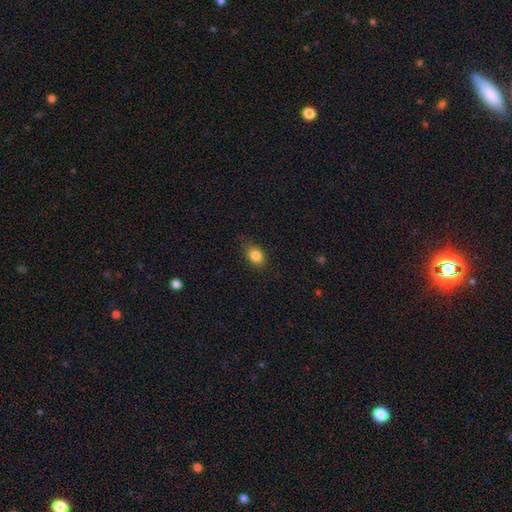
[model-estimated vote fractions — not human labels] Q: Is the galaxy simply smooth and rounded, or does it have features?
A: smooth — 84%.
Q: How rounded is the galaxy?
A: in between — 61%.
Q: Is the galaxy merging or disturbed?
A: none — 77%.